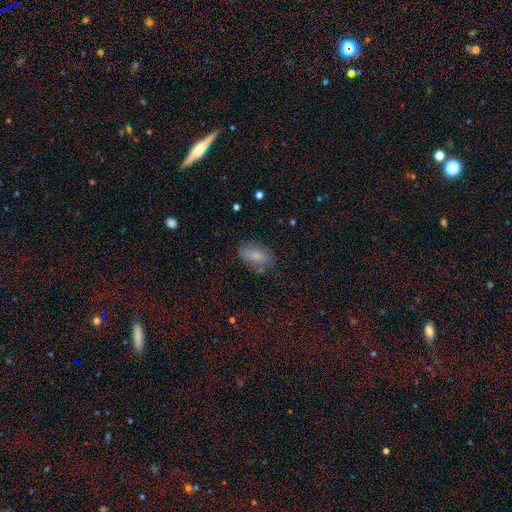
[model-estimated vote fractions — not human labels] Smooth or featured?
  - smooth: 78% *
  - featured or disk: 13%
  - star or artifact: 9%
How rounded?
  - in between: 91% *
  - round: 6%
  - cigar-shaped: 3%
Merging?
  - none: 73% *
  - minor disturbance: 18%
  - major disturbance: 5%
  - merger: 3%